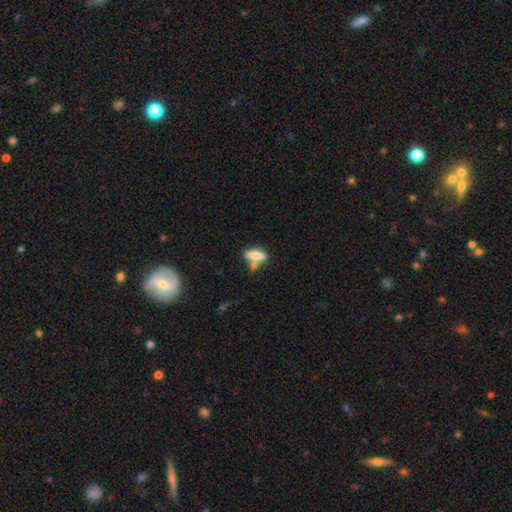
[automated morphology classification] Overall: smooth (74%). How rounded: in between (59%; cigar-shaped 38%). Merging: none (42%; merger 35%).